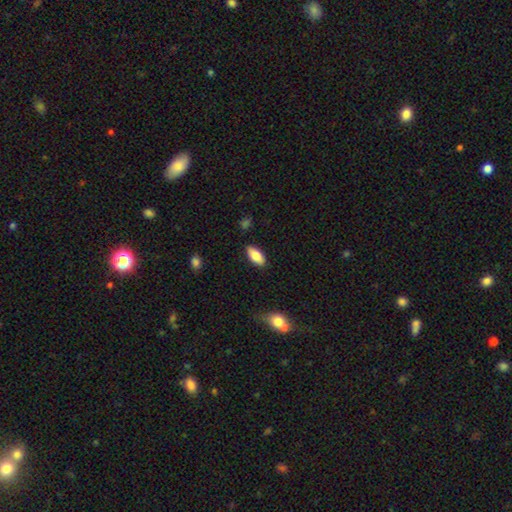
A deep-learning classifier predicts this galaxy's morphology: A smooth galaxy with no disk features (82%) that is in between round and cigar-shaped (88%). Merging: none (86%).